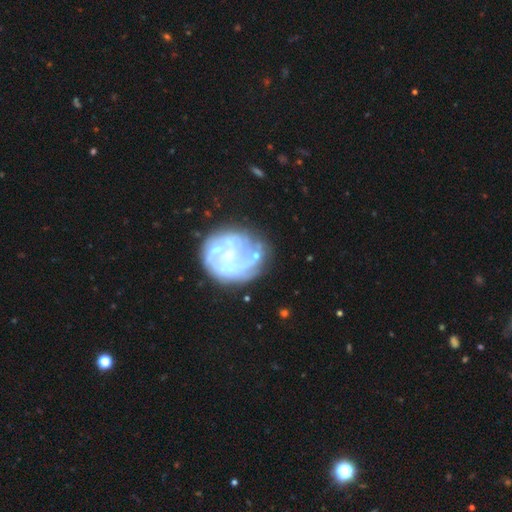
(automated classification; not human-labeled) The model was most divided on "spiral arms": no: 53%, yes: 47%. Remaining: edge-on disk — no (98%); bar — no (79%); smooth or featured — featured or disk (72%); merging — none (53%); bulge size — none (43%).